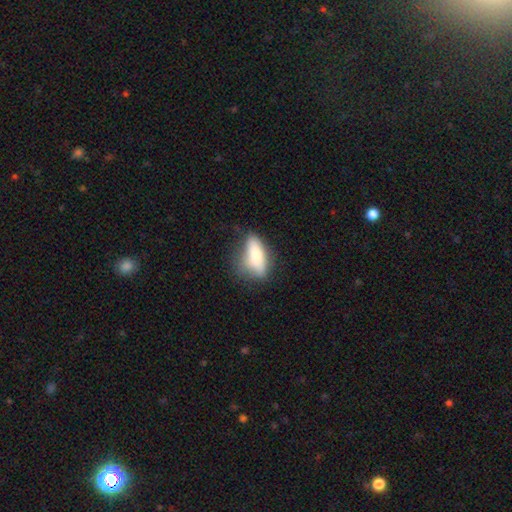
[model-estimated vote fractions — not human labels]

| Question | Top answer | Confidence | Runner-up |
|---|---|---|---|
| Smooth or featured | smooth | 73% | featured or disk (20%) |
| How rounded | in between | 74% | cigar-shaped (22%) |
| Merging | none | 50% | minor disturbance (31%) |